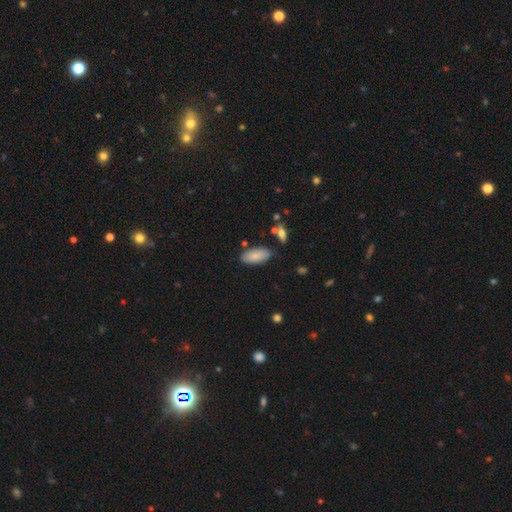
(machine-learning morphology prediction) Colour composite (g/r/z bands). It shows a smooth galaxy with no disk features (83%) that is in between round and cigar-shaped (89%). Merging: none (81%).